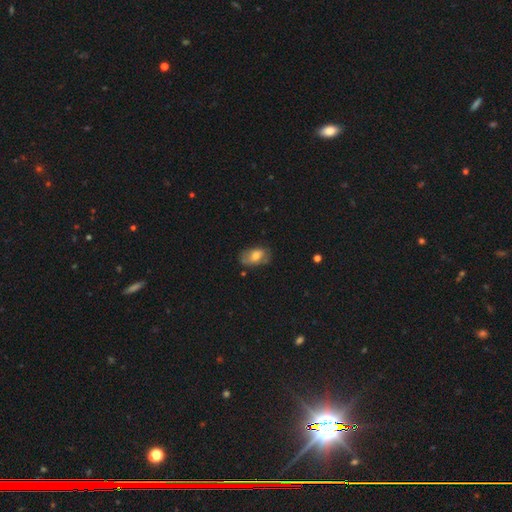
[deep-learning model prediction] The model was most divided on "smooth or featured": smooth: 58%, featured or disk: 33%, star or artifact: 8%. More confident: how rounded — in between (88%); merging — none (61%).